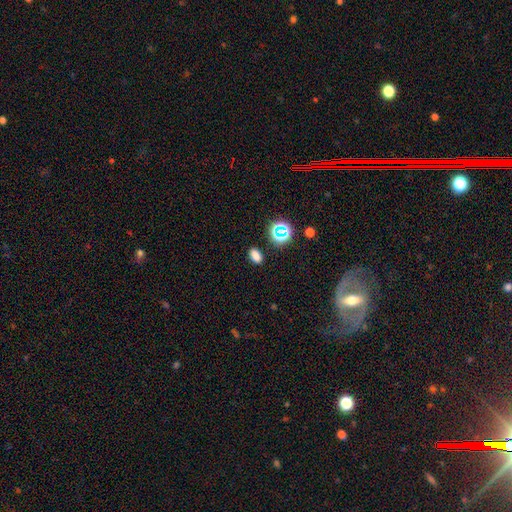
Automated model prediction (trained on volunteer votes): Smooth or featured: smooth — 76% (star or artifact — 19%)
How rounded: in between — 82% (round — 15%)
Merging: none — 86% (minor disturbance — 9%)